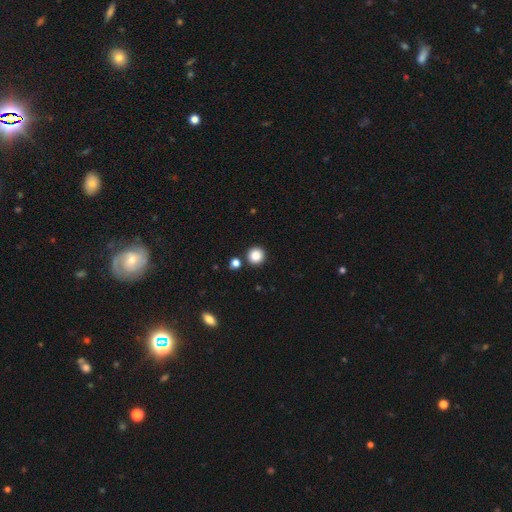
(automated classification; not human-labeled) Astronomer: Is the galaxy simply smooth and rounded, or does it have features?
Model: smooth — 86%.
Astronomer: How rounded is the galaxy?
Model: round — 94%.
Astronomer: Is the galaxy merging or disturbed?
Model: none — 86%.